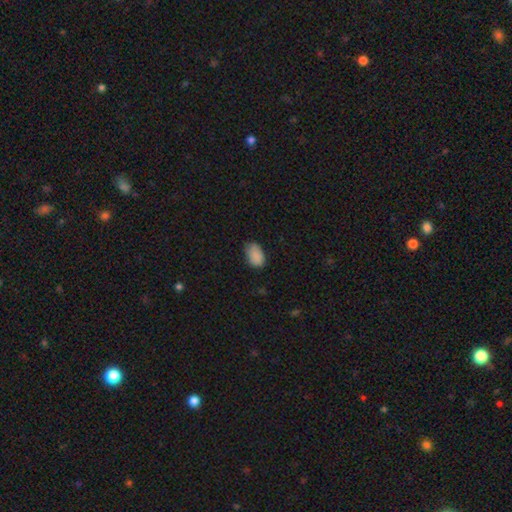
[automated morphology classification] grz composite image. It shows a smooth galaxy with no disk features (87%) that is in between round and cigar-shaped (88%). Merging: none (68%).